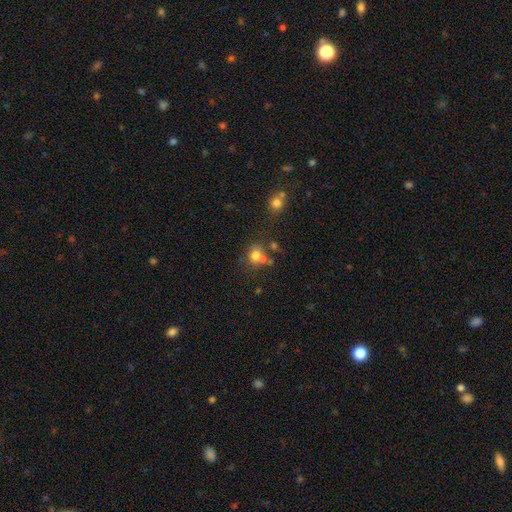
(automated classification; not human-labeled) smooth-or-featured: smooth: 72% | star or artifact: 16% | featured or disk: 13%
  how-rounded: round: 75% | in between: 24% | cigar-shaped: 1%
  merging: none: 51% | merger: 30% | minor disturbance: 12% | major disturbance: 6%